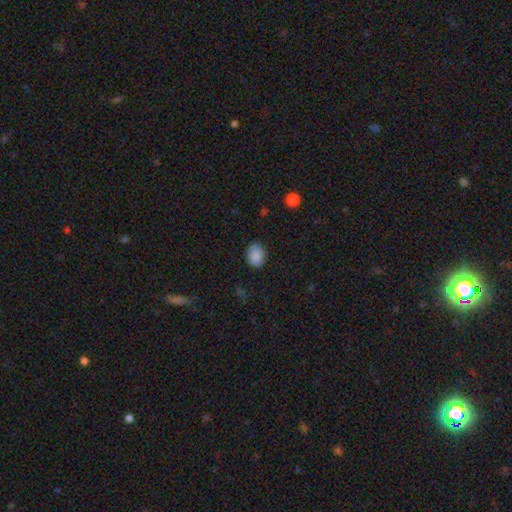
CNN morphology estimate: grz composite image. It shows a smooth galaxy with no disk features (88%) that is in between round and cigar-shaped (56%). Merging: none (83%).